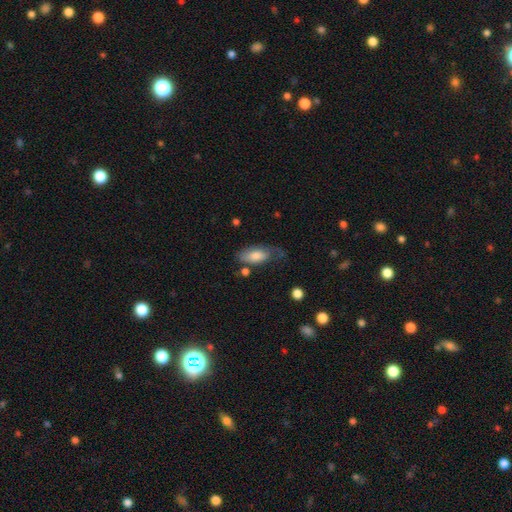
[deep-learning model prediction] Smooth or featured?
  - smooth: 70% *
  - featured or disk: 23%
  - star or artifact: 6%
How rounded?
  - in between: 86% *
  - cigar-shaped: 11%
  - round: 3%
Merging?
  - none: 43% *
  - minor disturbance: 31%
  - major disturbance: 21%
  - merger: 4%